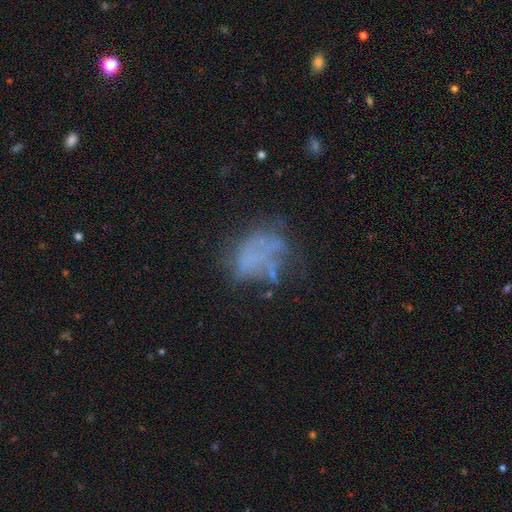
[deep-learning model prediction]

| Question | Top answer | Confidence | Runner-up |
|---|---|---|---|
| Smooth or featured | featured or disk | 47% | smooth (33%) |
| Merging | none | 41% | major disturbance (31%) |